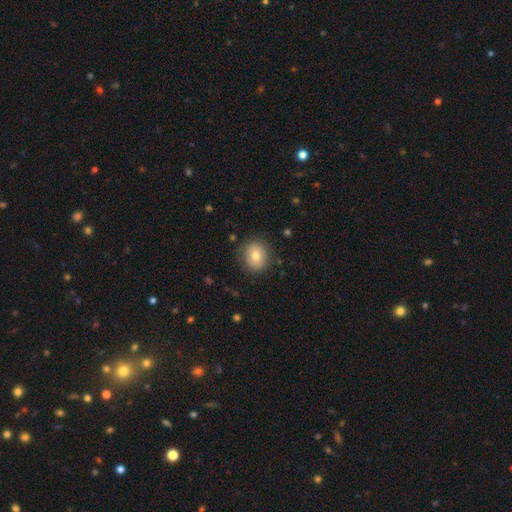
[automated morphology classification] Smooth or featured? smooth (76%)
How rounded? round (74%)
Merging? none (85%)